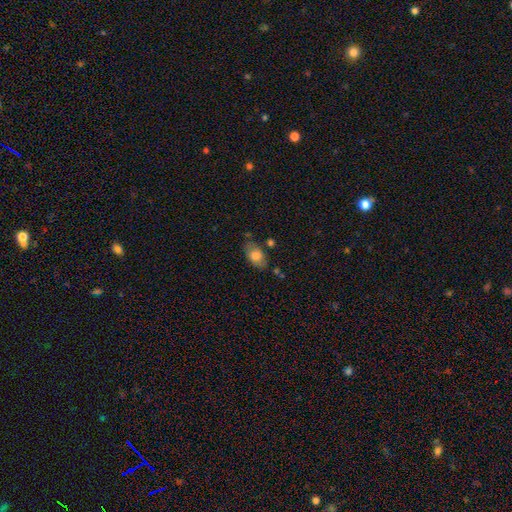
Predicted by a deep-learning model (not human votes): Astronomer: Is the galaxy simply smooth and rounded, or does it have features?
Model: smooth — 75%.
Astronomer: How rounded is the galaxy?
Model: in between — 90%.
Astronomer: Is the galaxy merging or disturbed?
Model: none — 70%.